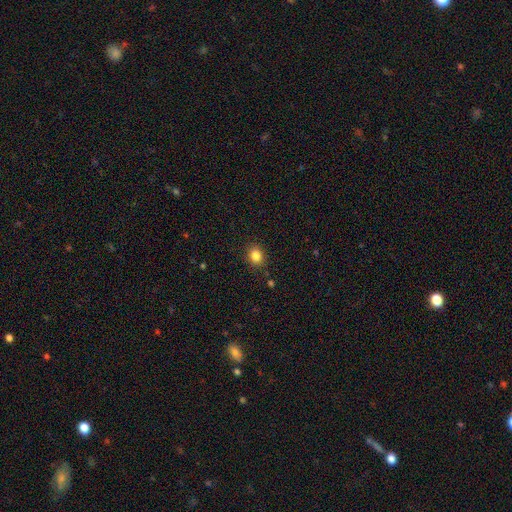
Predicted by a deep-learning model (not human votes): Smooth or featured?
  - smooth: 84% *
  - star or artifact: 11%
  - featured or disk: 5%
How rounded?
  - round: 59% *
  - in between: 40%
  - cigar-shaped: 1%
Merging?
  - none: 88% *
  - minor disturbance: 8%
  - major disturbance: 2%
  - merger: 1%